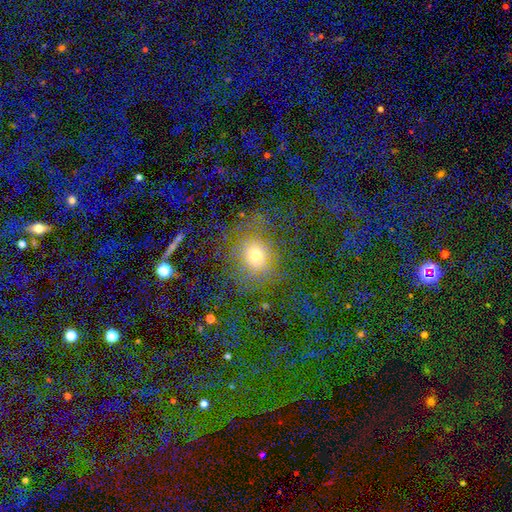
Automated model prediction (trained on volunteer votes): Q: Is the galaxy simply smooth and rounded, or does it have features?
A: smooth — 43%.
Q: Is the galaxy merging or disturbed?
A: none — 59%.